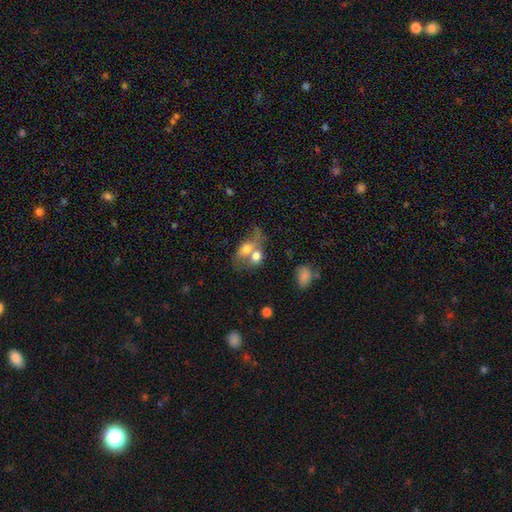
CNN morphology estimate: type=smooth (62%); roundness=in between (65%); merging=merger (67%).